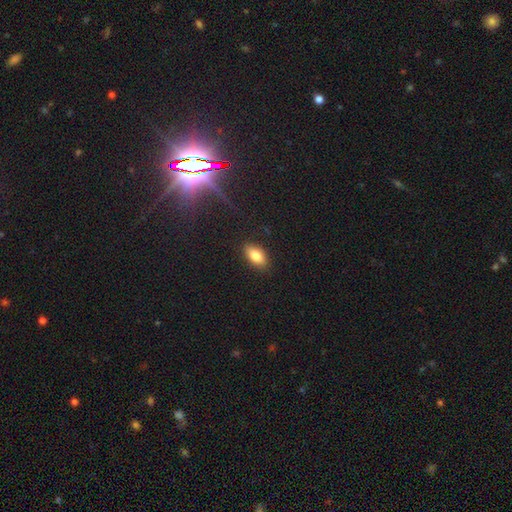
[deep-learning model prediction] Smooth or featured?
  - smooth: 83% *
  - star or artifact: 9%
  - featured or disk: 8%
How rounded?
  - in between: 90% *
  - cigar-shaped: 5%
  - round: 5%
Merging?
  - none: 87% *
  - minor disturbance: 10%
  - major disturbance: 2%
  - merger: 1%